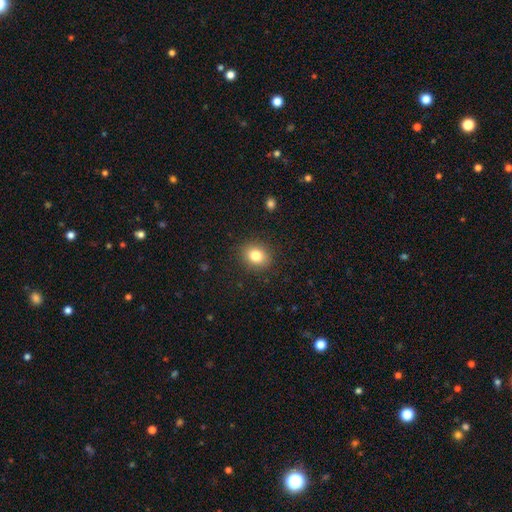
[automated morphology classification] Q: Smooth or featured?
A: smooth (82%); runner-up: star or artifact (10%)
Q: How rounded?
A: round (62%); runner-up: in between (38%)
Q: Merging?
A: none (89%); runner-up: minor disturbance (8%)